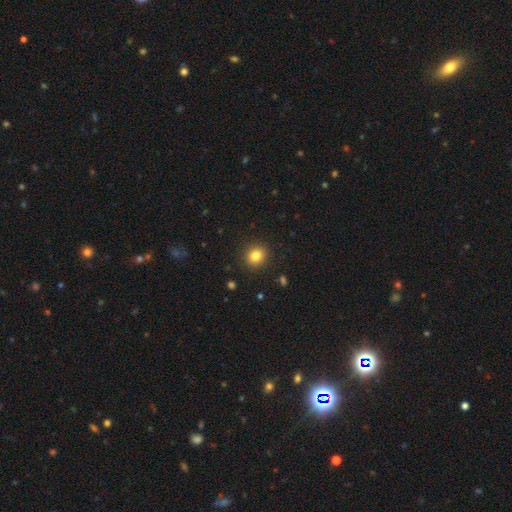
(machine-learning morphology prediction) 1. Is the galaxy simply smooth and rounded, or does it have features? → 82% smooth, 11% star or artifact, 6% featured or disk.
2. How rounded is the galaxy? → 81% round, 19% in between, 1% cigar-shaped.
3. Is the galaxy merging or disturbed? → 91% none, 6% minor disturbance, 2% major disturbance, 1% merger.